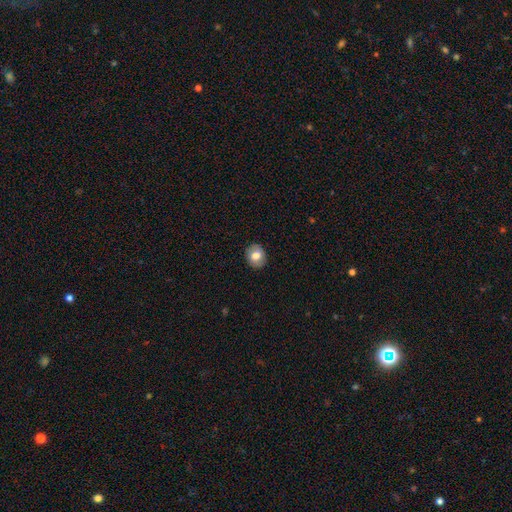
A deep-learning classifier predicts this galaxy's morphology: A smooth galaxy with no disk features (74%) that is round (66%). Merging: none (89%).